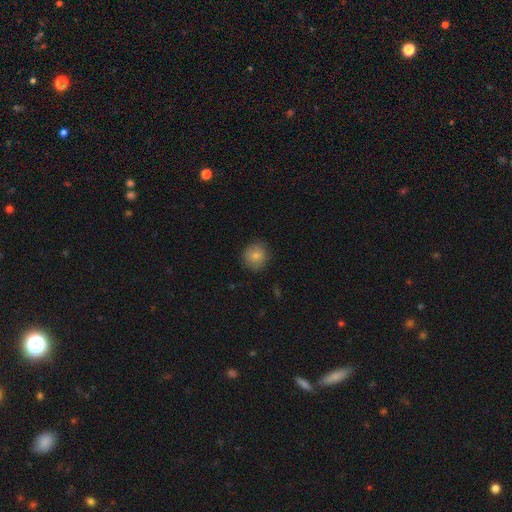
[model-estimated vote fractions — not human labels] Morphology: type=smooth (81%); roundness=round (88%); merging=none (85%).